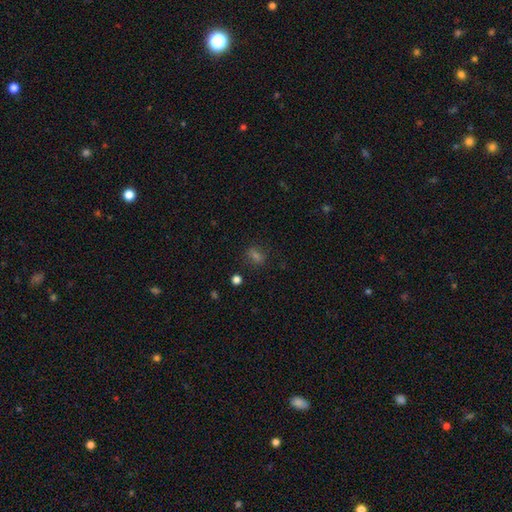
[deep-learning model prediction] A smooth galaxy with no disk features (60%) that is in between round and cigar-shaped (61%).

Vote fractions:
- Smooth or featured? smooth: 60% / star or artifact: 29% / featured or disk: 11%
- How rounded? in between: 61% / round: 34% / cigar-shaped: 5%
- Merging? none: 80% / minor disturbance: 12% / major disturbance: 6% / merger: 3%